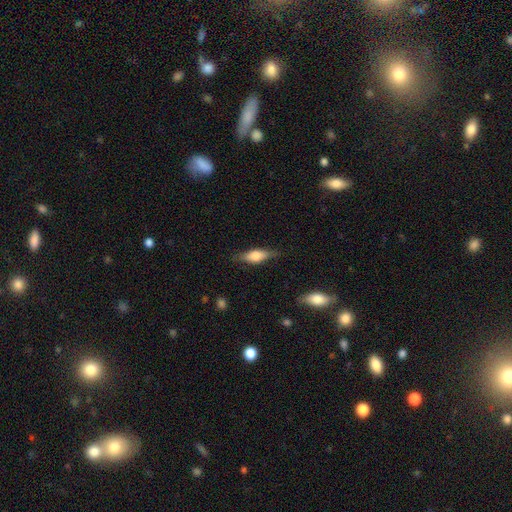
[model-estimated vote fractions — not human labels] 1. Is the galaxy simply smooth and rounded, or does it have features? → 63% smooth, 30% featured or disk, 7% star or artifact.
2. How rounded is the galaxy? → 61% in between, 36% cigar-shaped, 3% round.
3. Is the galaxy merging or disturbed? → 77% none, 17% minor disturbance, 4% major disturbance, 1% merger.